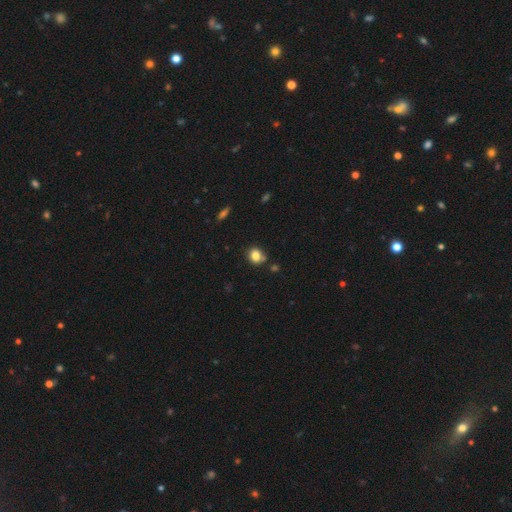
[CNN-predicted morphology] type=smooth (81%); roundness=round (63%); merging=none (72%).